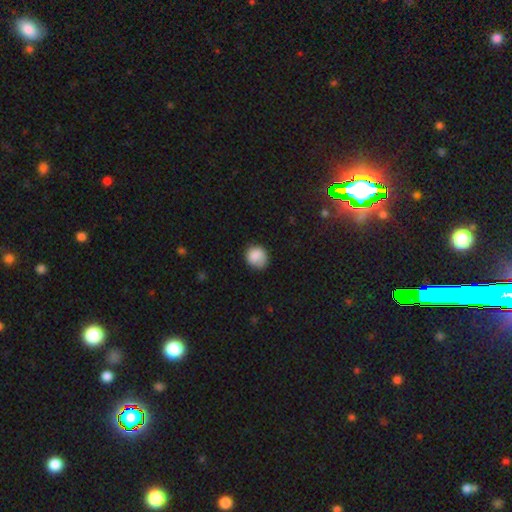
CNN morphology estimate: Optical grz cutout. It shows a smooth galaxy with no disk features (85%) that is round (81%). Merging: none (70%).